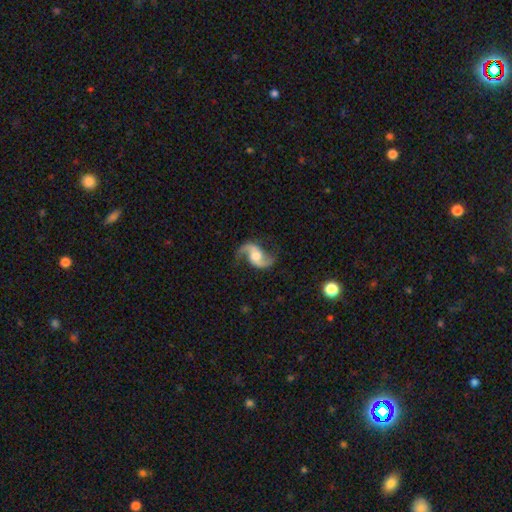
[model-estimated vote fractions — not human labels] smooth-or-featured: featured or disk: 91% | smooth: 5% | star or artifact: 4%
  disk-edge-on: no: 98% | yes: 2%
    bar: no: 45% | weak: 42% | strong: 14%
    has-spiral-arms: yes: 98% | no: 2%
      spiral-winding: loose: 64% | medium: 30% | tight: 5%
      spiral-arm-count: 2: 94% | 1: 2% | can't tell: 1% | 3: 1% | 4: 1% | more than 4: 1%
    bulge-size: moderate: 48% | large: 22% | small: 17% | none: 10% | dominant: 2%
  merging: none: 77% | minor disturbance: 14% | major disturbance: 8% | merger: 2%